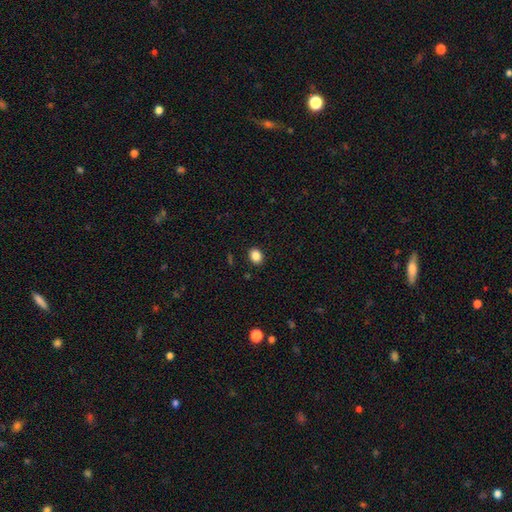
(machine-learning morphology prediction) Smooth or featured: smooth — 87% (star or artifact — 10%)
How rounded: in between — 64% (round — 36%)
Merging: none — 90% (minor disturbance — 7%)